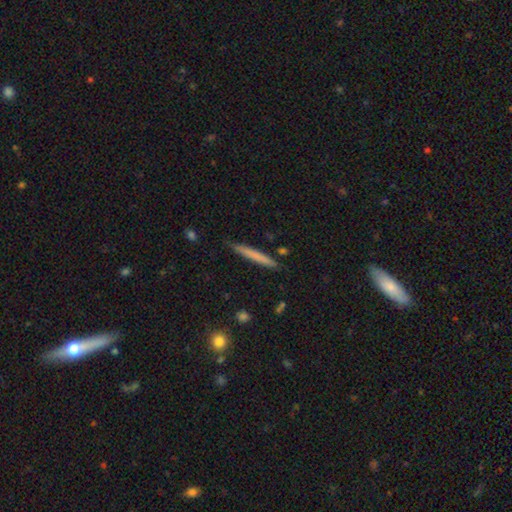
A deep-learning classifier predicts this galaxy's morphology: smooth 69%, featured or disk 25%, star or artifact 6%. Down the decision tree: how rounded — cigar-shaped (96%); merging — none (87%).